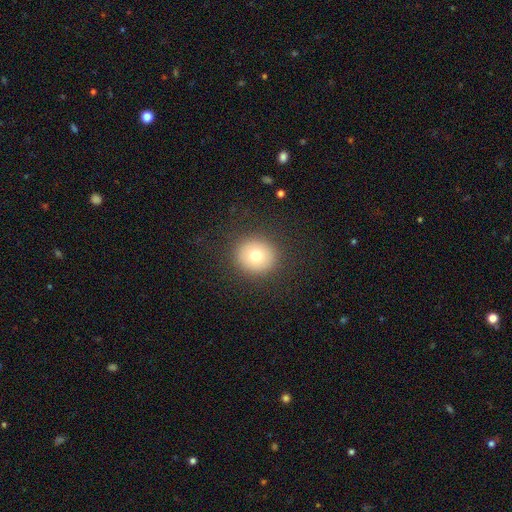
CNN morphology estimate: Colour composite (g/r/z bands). It shows a smooth galaxy with no disk features (75%) that is round (88%). Merging: none (90%).